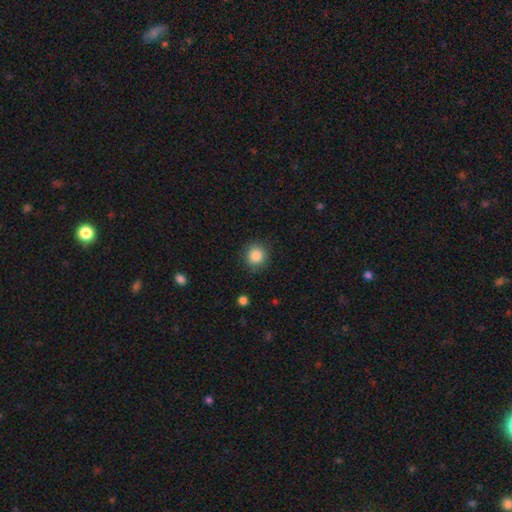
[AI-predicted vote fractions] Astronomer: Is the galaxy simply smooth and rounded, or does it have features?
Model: smooth — 86%.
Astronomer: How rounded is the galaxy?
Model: round — 91%.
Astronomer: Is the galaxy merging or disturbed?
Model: none — 88%.